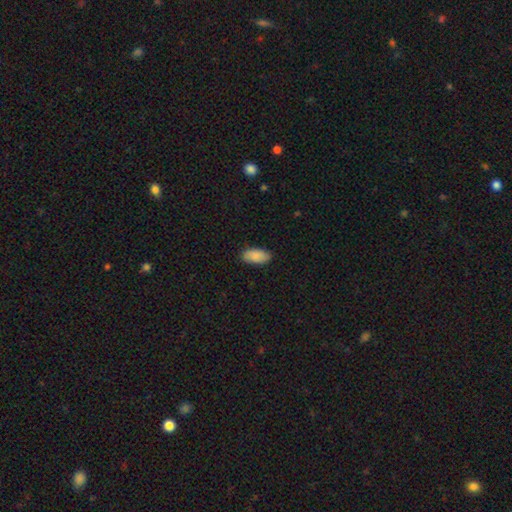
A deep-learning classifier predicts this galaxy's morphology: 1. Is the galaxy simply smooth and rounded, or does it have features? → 88% smooth, 6% star or artifact, 6% featured or disk.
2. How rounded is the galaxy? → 93% in between, 5% cigar-shaped, 2% round.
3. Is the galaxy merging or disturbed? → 86% none, 11% minor disturbance, 2% major disturbance, 1% merger.